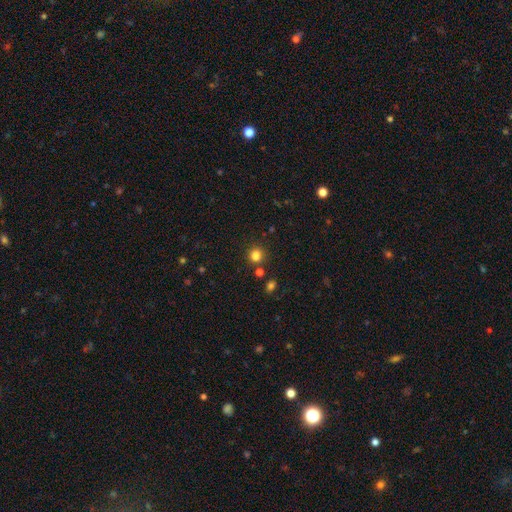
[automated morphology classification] This is clearly a smooth galaxy (81%). How rounded: clearly round (85%). Merging: clearly none (80%).